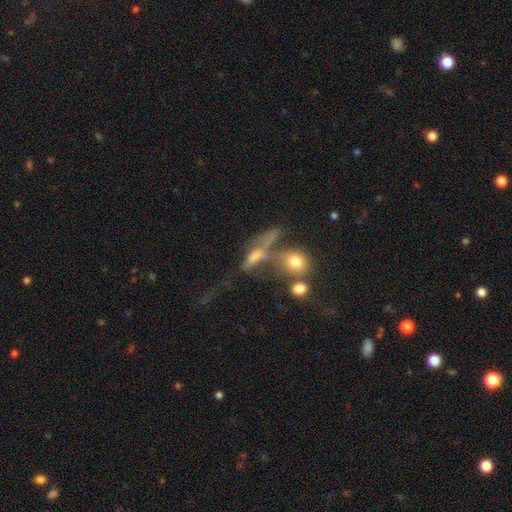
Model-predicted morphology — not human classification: A featured or disk galaxy (43%). Merging: merger (36%).